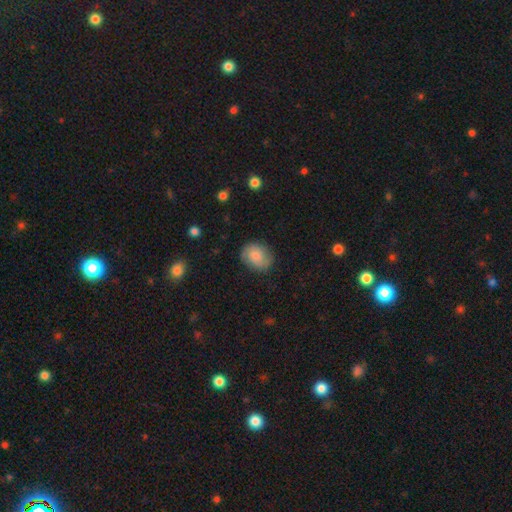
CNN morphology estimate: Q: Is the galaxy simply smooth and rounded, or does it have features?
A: smooth — 63%.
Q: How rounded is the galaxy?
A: round — 51%.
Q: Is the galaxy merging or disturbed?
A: none — 80%.